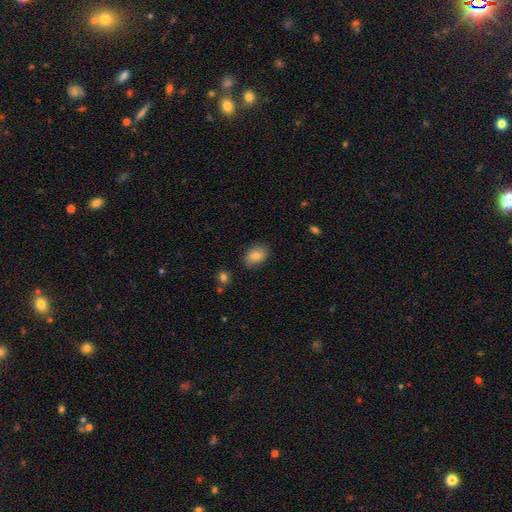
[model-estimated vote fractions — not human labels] Q: Smooth or featured?
A: smooth (78%); runner-up: featured or disk (13%)
Q: How rounded?
A: in between (83%); runner-up: round (16%)
Q: Merging?
A: none (82%); runner-up: minor disturbance (14%)